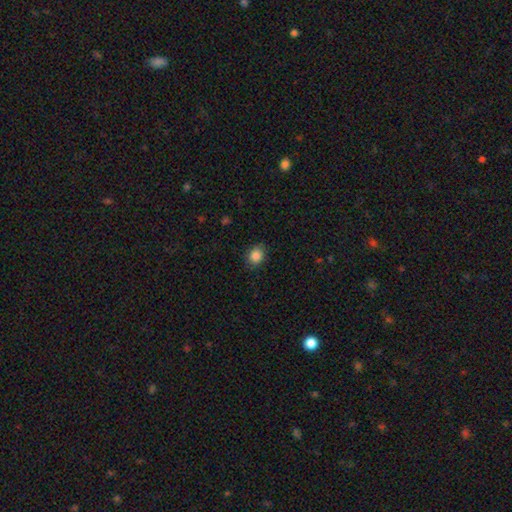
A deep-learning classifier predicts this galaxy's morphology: A smooth galaxy with no disk features (87%) that is round (61%). Merging: none (82%).